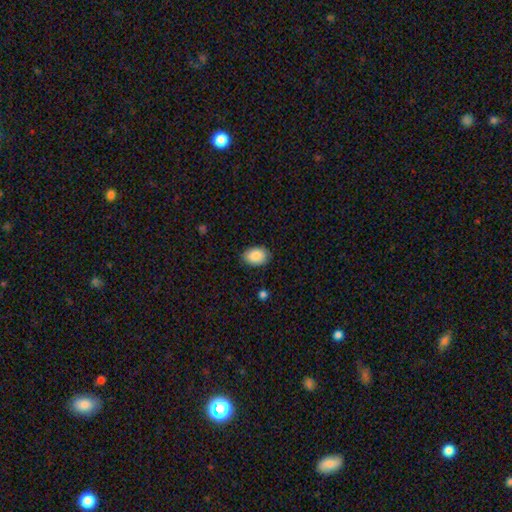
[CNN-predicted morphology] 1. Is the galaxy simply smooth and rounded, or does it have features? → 89% smooth, 7% star or artifact, 5% featured or disk.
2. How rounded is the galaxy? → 81% in between, 18% round, 1% cigar-shaped.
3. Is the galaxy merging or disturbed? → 84% none, 12% minor disturbance, 2% major disturbance, 1% merger.